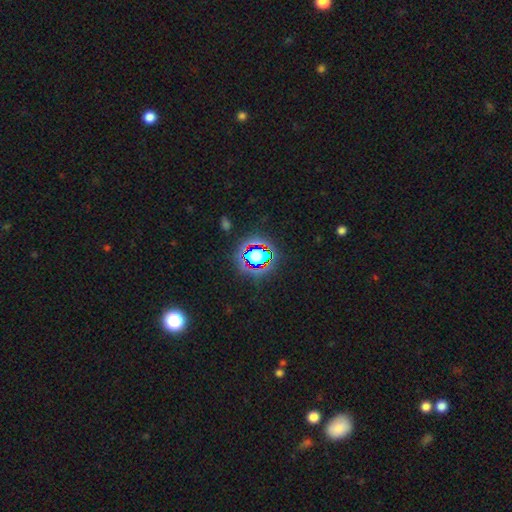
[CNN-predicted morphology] Overall: star or artifact (65%).